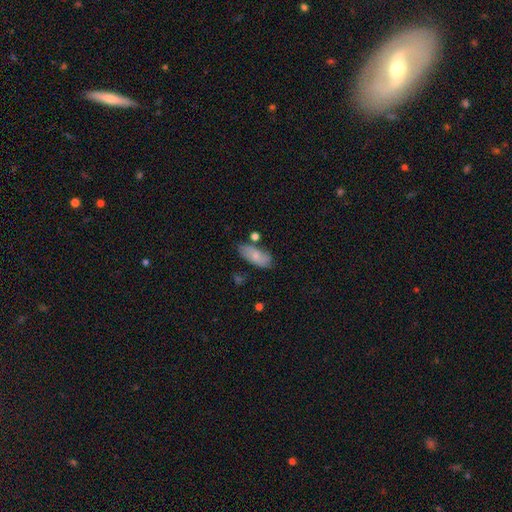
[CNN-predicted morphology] Overall: smooth (74%). How rounded: in between (87%). Merging: none (67%).